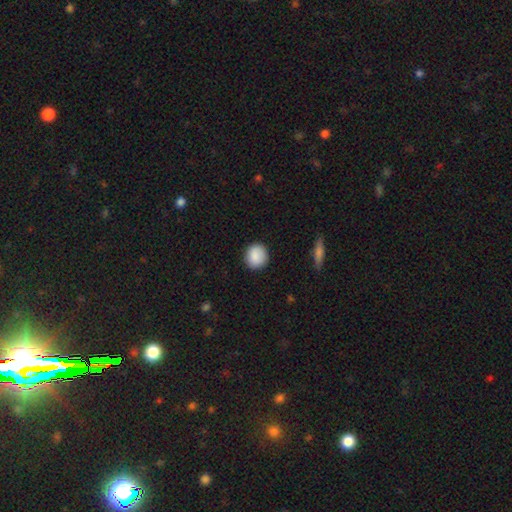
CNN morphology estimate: Overall: smooth (89%). How rounded: round (88%). Merging: none (89%).